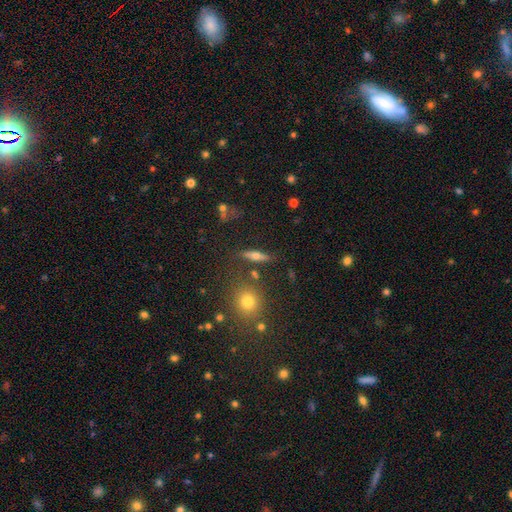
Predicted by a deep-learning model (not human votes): This appears to be a featured or disk galaxy (45%). Merging: none (79%).